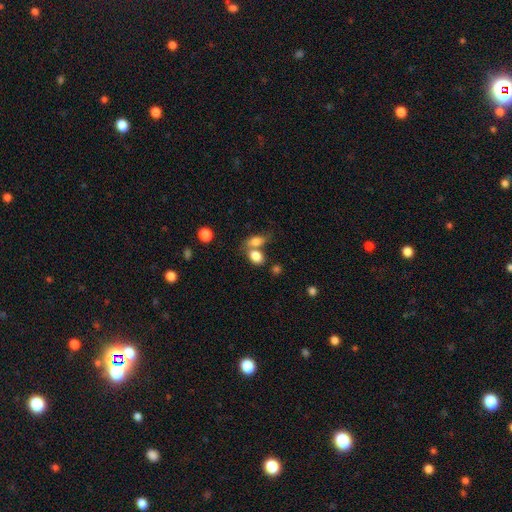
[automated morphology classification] smooth_or_featured: smooth (p=0.82) [alt: star or artifact p=0.09]
how_rounded: in between (p=0.75) [alt: round p=0.23]
merging: merger (p=0.47) [alt: none p=0.39]